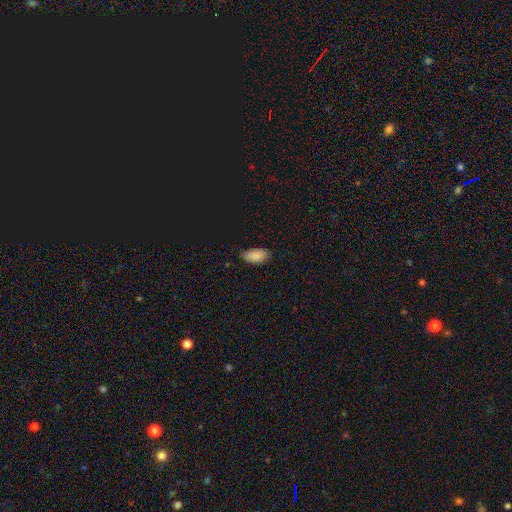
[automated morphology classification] This is clearly a smooth galaxy (86%). How rounded: clearly in between (92%). Merging: likely none (78%).